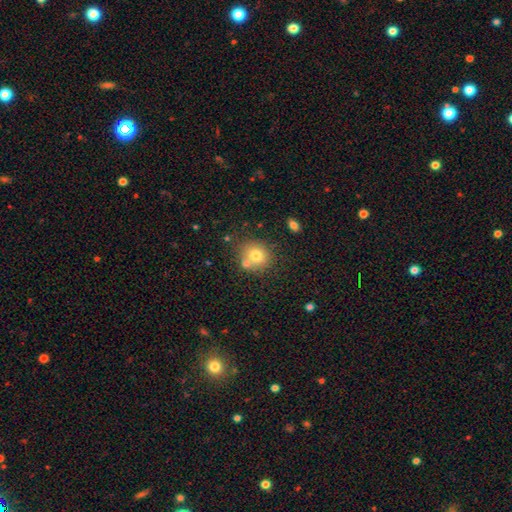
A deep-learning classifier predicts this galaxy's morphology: smooth 75%, featured or disk 14%, star or artifact 11%. Down the decision tree: how rounded — round (80%); merging — none (64%).